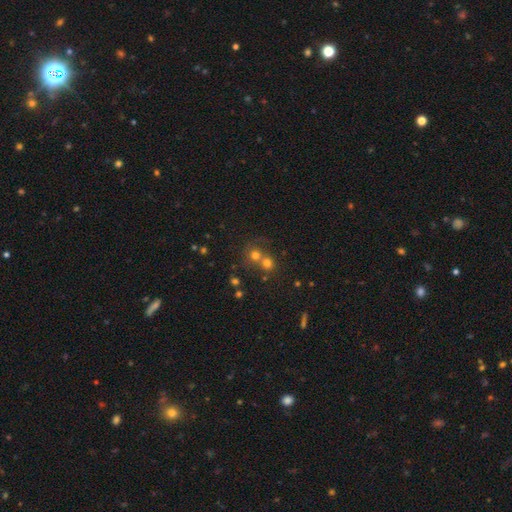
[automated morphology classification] Q: Smooth or featured?
A: smooth (66%); runner-up: star or artifact (20%)
Q: How rounded?
A: round (84%); runner-up: in between (15%)
Q: Merging?
A: merger (52%); runner-up: none (38%)